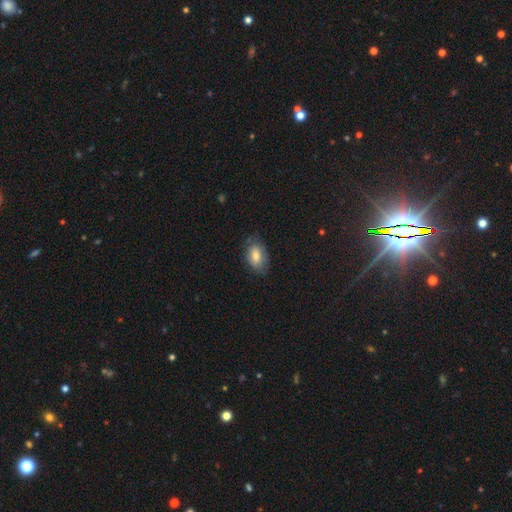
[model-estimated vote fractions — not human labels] Overall: smooth (72%). How rounded: in between (90%). Merging: none (75%).